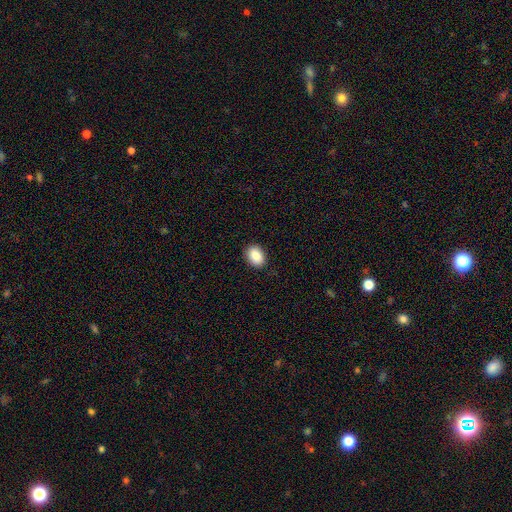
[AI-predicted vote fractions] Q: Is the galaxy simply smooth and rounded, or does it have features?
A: smooth — 88%.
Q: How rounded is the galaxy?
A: in between — 78%.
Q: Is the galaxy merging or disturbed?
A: none — 90%.